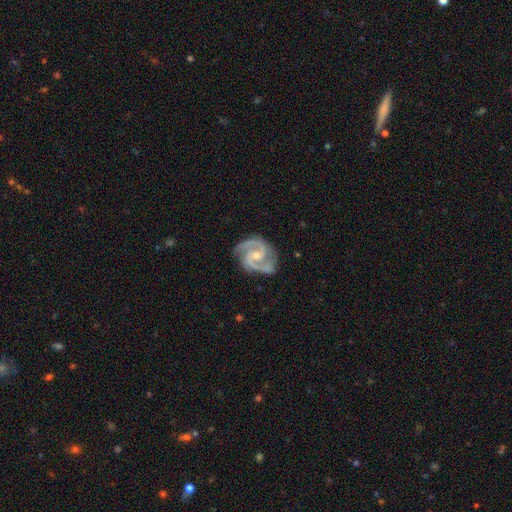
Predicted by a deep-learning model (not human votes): This is clearly a featured or disk galaxy (94%). It is clearly not viewed edge-on (98%). Bar: possibly no (50%). Spiral arm pattern: clearly yes (99%). Spiral arm count: clearly 2 (89%). Spiral winding: likely medium (61%). Central bulge: possibly small (55%). Merging: likely none (79%).